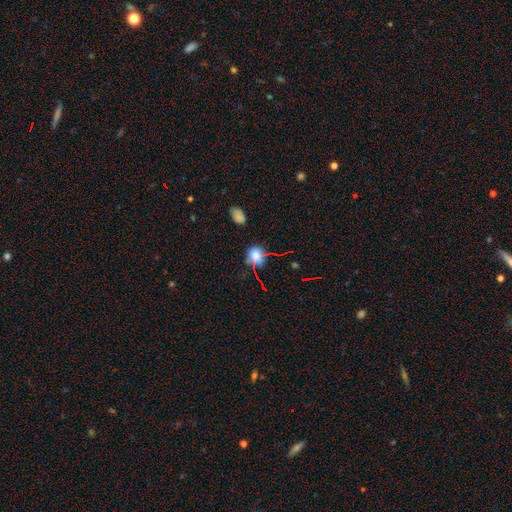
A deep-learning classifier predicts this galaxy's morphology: smooth 69%, star or artifact 22%, featured or disk 9%. Down the decision tree: how rounded — round (73%); merging — none (74%).